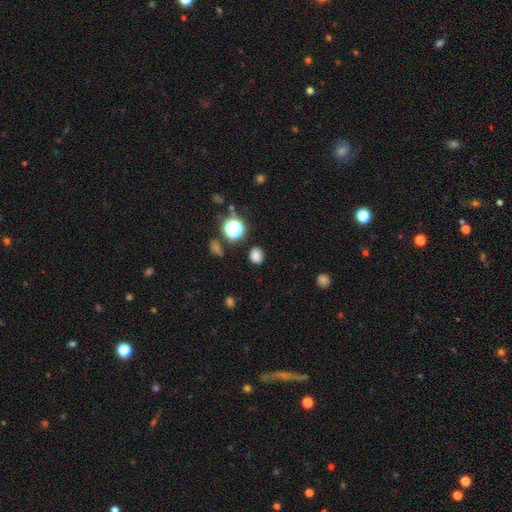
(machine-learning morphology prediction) Q: Smooth or featured?
A: smooth (78%); runner-up: star or artifact (17%)
Q: How rounded?
A: round (66%); runner-up: in between (33%)
Q: Merging?
A: none (85%); runner-up: minor disturbance (10%)